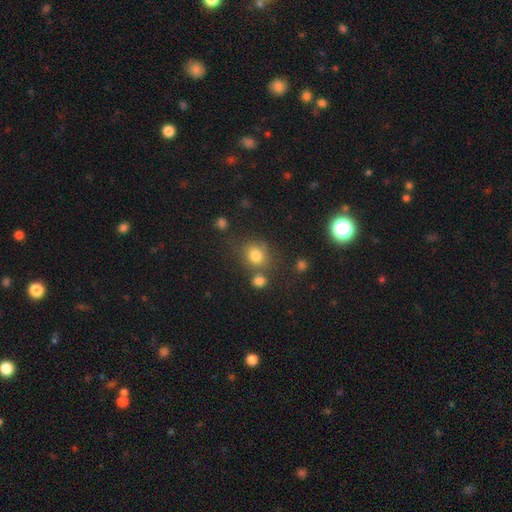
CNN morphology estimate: smooth 77%, star or artifact 14%, featured or disk 9%. Down the decision tree: how rounded — round (73%); merging — none (64%).